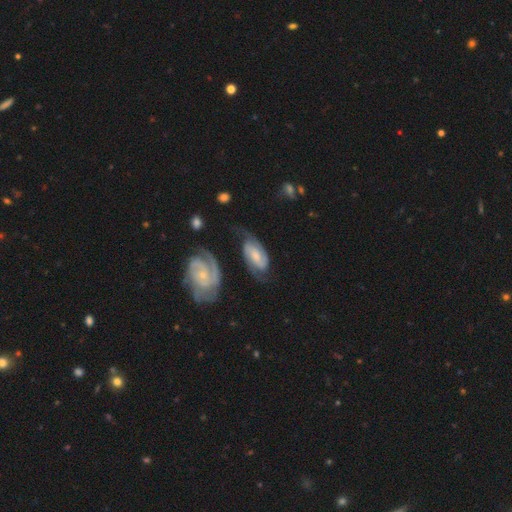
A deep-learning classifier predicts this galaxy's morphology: Smooth or featured: featured or disk — 82% (smooth — 12%)
Edge-on disk: no — 96% (yes — 4%)
Bar: weak — 43% (no — 39%)
Spiral arms: yes — 97% (no — 3%)
Spiral winding: medium — 46% (tight — 41%)
Spiral arm count: 2 — 89% (can't tell — 5%)
Bulge size: small — 52% (moderate — 30%)
Merging: none — 63% (minor disturbance — 19%)